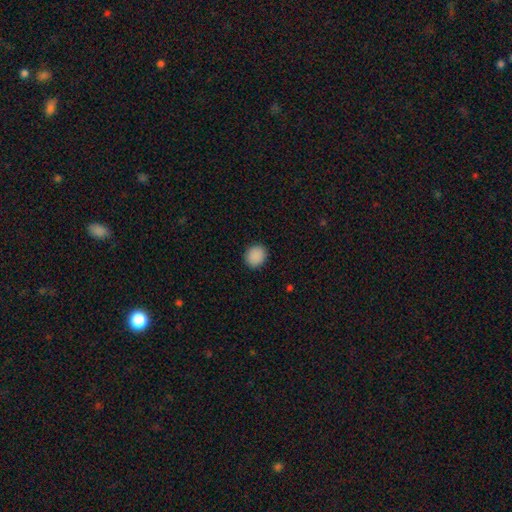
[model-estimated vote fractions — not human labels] Overall: smooth (89%). How rounded: round (73%). Merging: none (90%).